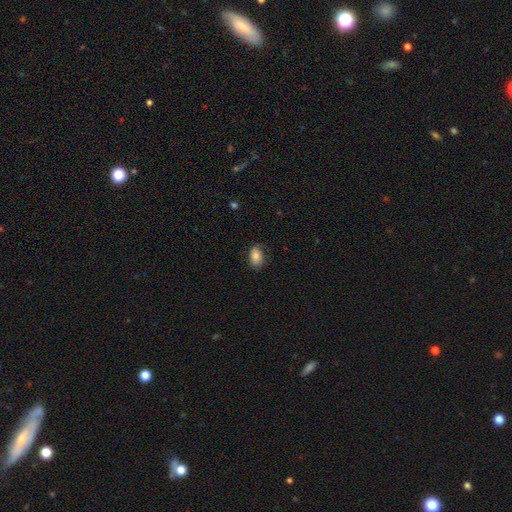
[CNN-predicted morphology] smooth-or-featured: smooth: 78% | featured or disk: 14% | star or artifact: 8%
  how-rounded: in between: 86% | round: 12% | cigar-shaped: 1%
  merging: none: 75% | minor disturbance: 20% | major disturbance: 4% | merger: 1%